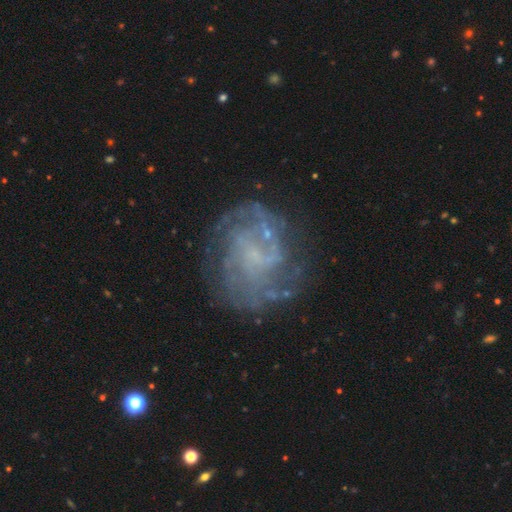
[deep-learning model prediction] This appears to be a featured or disk galaxy (81%) with no bar (55%), tight (44%) spiral arms (89%) and no central bulge (50%). Merging: none (69%).